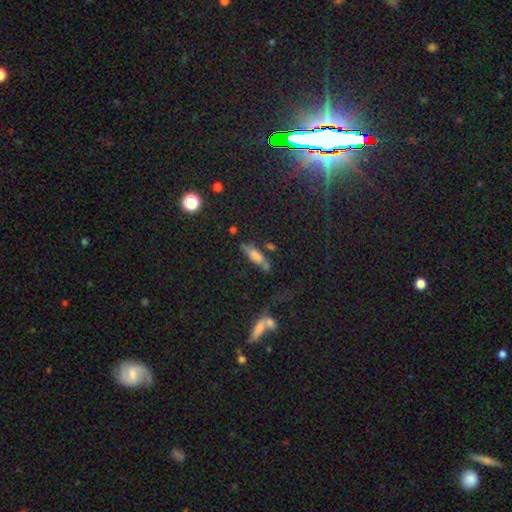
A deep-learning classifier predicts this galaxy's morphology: Overall: smooth (56%; featured or disk 28%). How rounded: cigar-shaped (55%; in between 41%). Merging: none (62%).